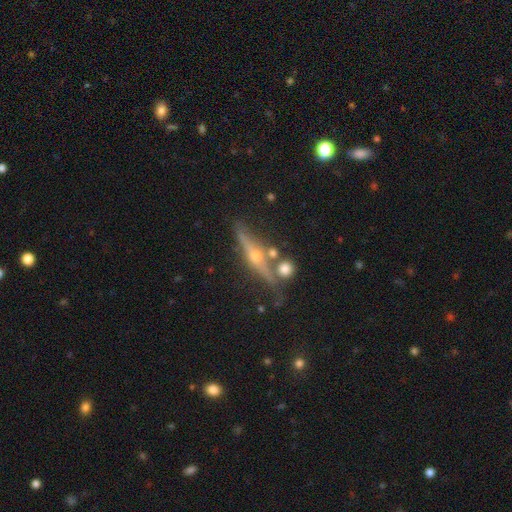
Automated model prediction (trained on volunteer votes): This is clearly a featured or disk galaxy (80%). It is clearly viewed edge-on (96%). Edge-on bulge: clearly rounded (93%). Merging: likely none (77%).